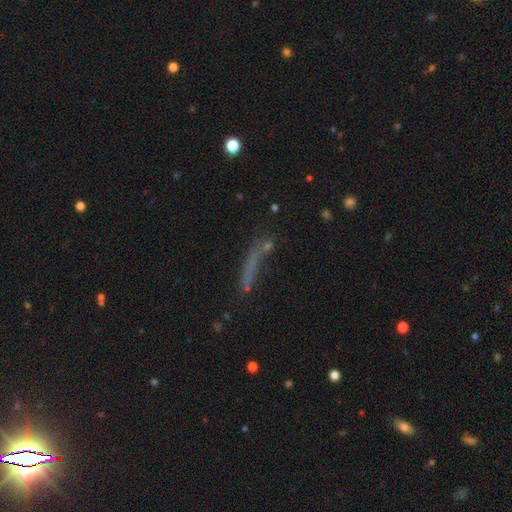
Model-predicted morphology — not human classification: Smooth or featured? smooth (51%)
How rounded? cigar-shaped (81%)
Merging? none (50%)